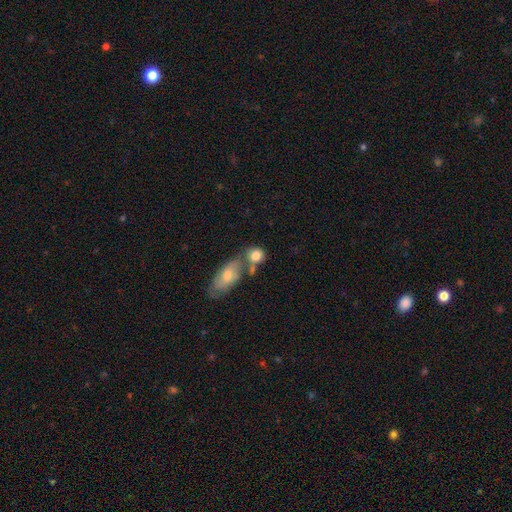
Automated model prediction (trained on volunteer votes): This appears to be a smooth galaxy with no disk features (80%) that is round (60%). Merging: none (45%).